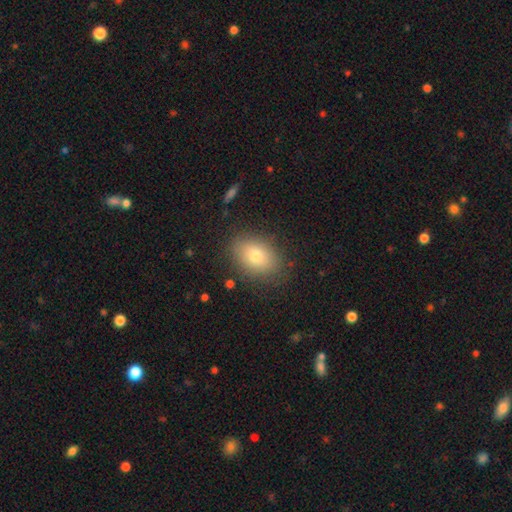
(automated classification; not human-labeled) Q: Smooth or featured?
A: smooth (76%); runner-up: featured or disk (14%)
Q: How rounded?
A: in between (78%); runner-up: round (21%)
Q: Merging?
A: none (84%); runner-up: minor disturbance (11%)